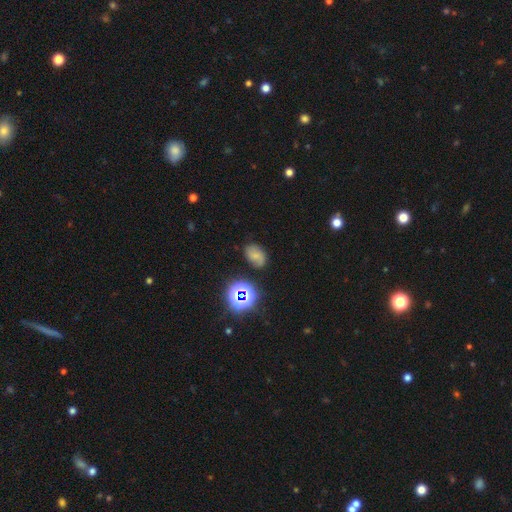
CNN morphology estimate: Smooth or featured?
  - smooth: 55% *
  - featured or disk: 23%
  - star or artifact: 22%
How rounded?
  - in between: 78% *
  - round: 21%
  - cigar-shaped: 1%
Merging?
  - none: 70% *
  - minor disturbance: 20%
  - major disturbance: 6%
  - merger: 4%